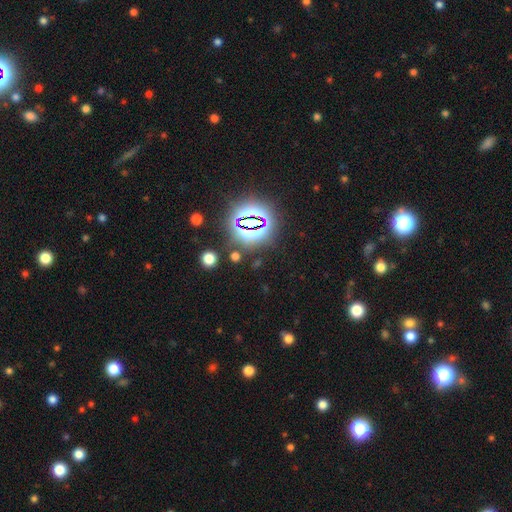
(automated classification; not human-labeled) The model was most divided on "smooth or featured": star or artifact: 78%, smooth: 14%, featured or disk: 8%.